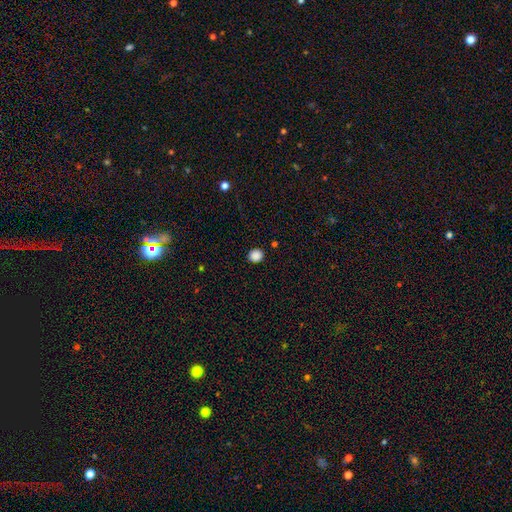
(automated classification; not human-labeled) Smooth or featured?
  - smooth: 87% *
  - star or artifact: 10%
  - featured or disk: 3%
How rounded?
  - round: 87% *
  - in between: 12%
  - cigar-shaped: 1%
Merging?
  - none: 91% *
  - minor disturbance: 5%
  - major disturbance: 2%
  - merger: 1%